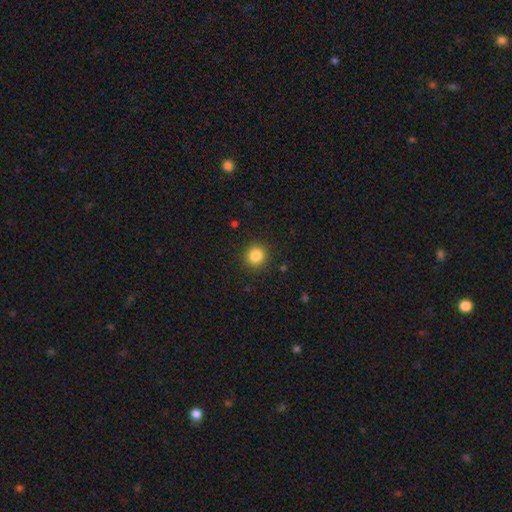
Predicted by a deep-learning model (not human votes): Smooth or featured: smooth — 85% (star or artifact — 10%)
How rounded: round — 90% (in between — 9%)
Merging: none — 90% (minor disturbance — 6%)